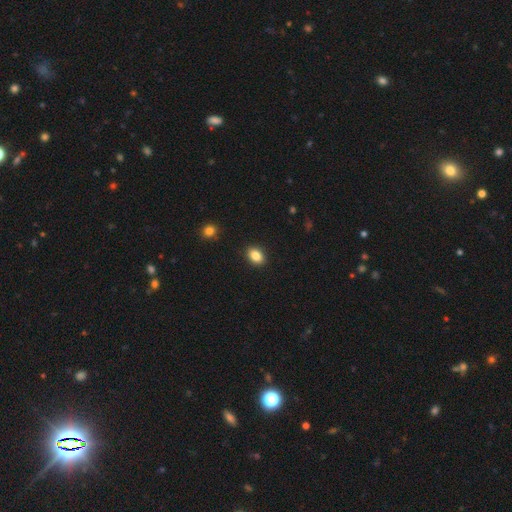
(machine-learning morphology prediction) Smooth or featured: smooth — 86% (star or artifact — 9%)
How rounded: in between — 81% (round — 18%)
Merging: none — 90% (minor disturbance — 7%)